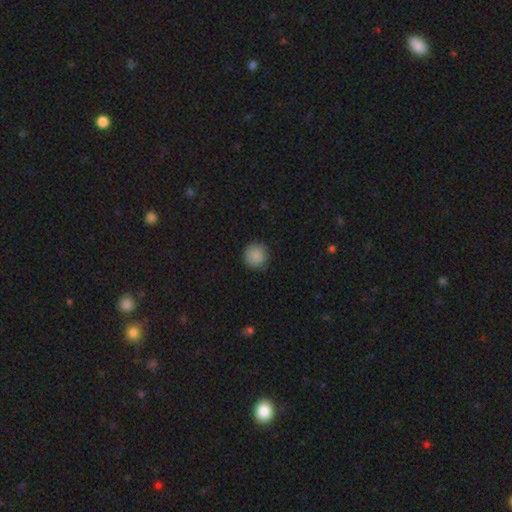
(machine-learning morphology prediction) The model was most divided on "merging": none: 86%, minor disturbance: 10%, major disturbance: 2%, merger: 1%. More confident: how rounded — round (94%); smooth or featured — smooth (87%).